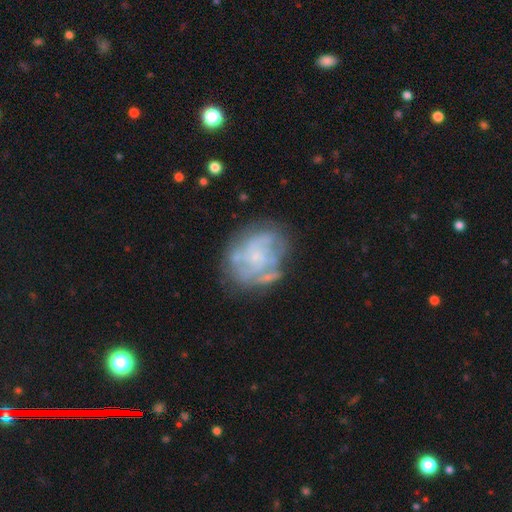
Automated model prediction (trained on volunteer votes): The model was most divided on "spiral arms": yes: 64%, no: 36%. More confident: edge-on disk — no (98%); bar — no (80%); smooth or featured — featured or disk (72%); merging — none (58%); bulge size — small (58%).